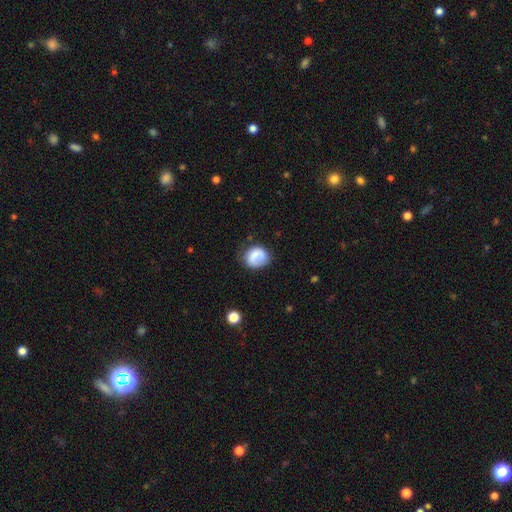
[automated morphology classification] The model was most divided on "merging": none: 58%, minor disturbance: 26%, major disturbance: 13%, merger: 3%. More confident: smooth or featured — smooth (73%); how rounded — round (66%).